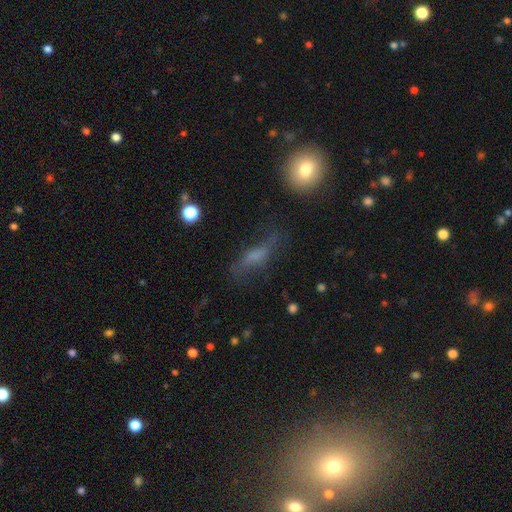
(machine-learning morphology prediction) smooth_or_featured: smooth (p=0.46) [alt: featured or disk p=0.37]
merging: none (p=0.52) [alt: minor disturbance p=0.23]